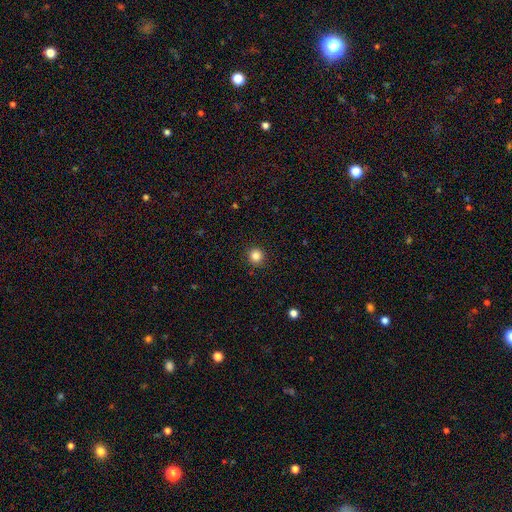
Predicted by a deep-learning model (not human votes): Morphology: type=smooth (84%); roundness=round (94%); merging=none (91%).